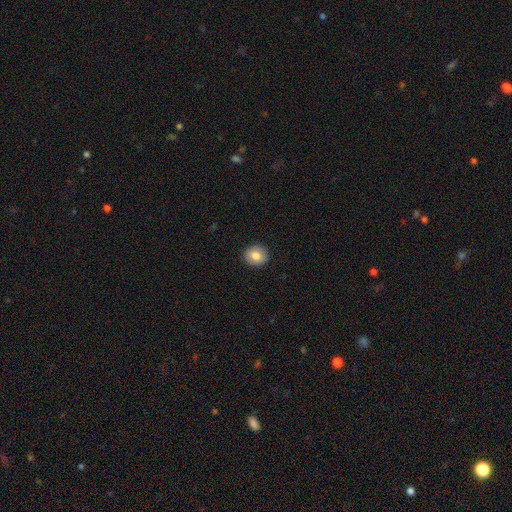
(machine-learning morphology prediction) smooth-or-featured: smooth: 83% | featured or disk: 9% | star or artifact: 8%
  how-rounded: round: 86% | in between: 13% | cigar-shaped: 1%
  merging: none: 92% | minor disturbance: 6% | major disturbance: 2% | merger: 1%